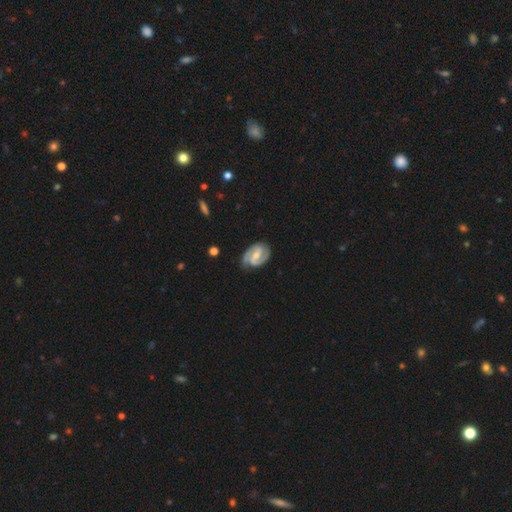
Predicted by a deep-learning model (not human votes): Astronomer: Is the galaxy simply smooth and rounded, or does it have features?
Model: featured or disk — 87%.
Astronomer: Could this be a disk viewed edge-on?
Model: no — 98%.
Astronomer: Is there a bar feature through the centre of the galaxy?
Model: weak — 48% (runner-up: strong, 31%).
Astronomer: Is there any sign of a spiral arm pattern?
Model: yes — 97%.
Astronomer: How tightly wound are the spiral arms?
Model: medium — 48% (runner-up: tight, 40%).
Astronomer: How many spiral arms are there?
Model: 2 — 90%.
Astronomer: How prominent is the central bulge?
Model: moderate — 52% (runner-up: small, 43%).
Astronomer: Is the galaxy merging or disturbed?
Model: none — 76%.